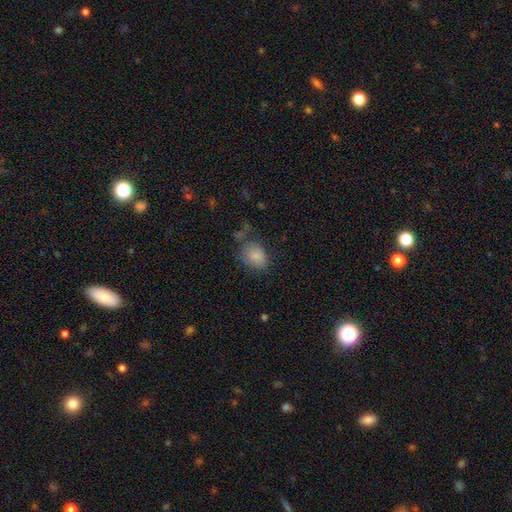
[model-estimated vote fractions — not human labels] smooth_or_featured: smooth (p=0.81) [alt: star or artifact p=0.09]
how_rounded: in between (p=0.67) [alt: round p=0.32]
merging: none (p=0.57) [alt: minor disturbance p=0.25]